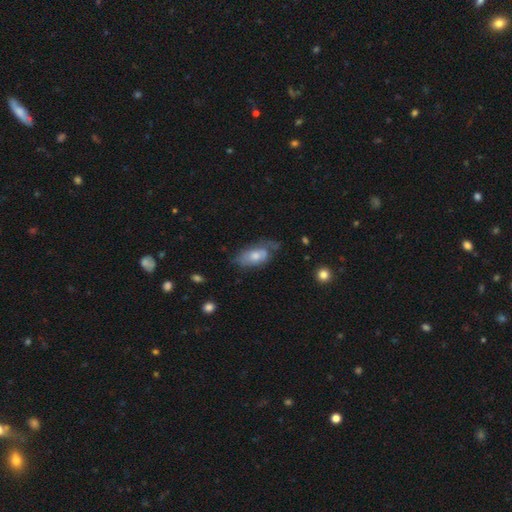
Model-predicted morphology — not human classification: Overall: smooth (56%; featured or disk 38%). How rounded: in between (90%). Merging: none (42%; minor disturbance 34%).